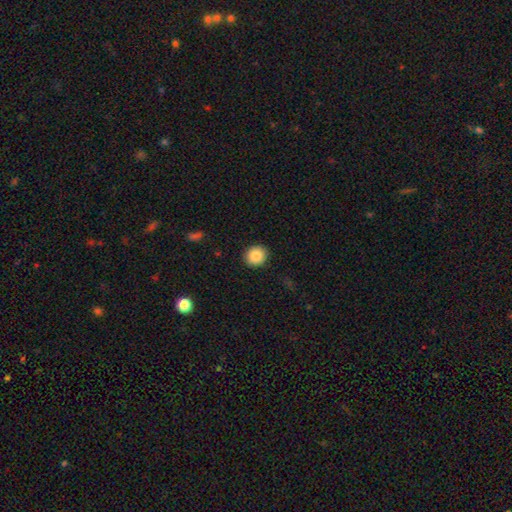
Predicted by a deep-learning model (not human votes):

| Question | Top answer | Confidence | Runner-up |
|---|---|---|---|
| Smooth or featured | smooth | 88% | star or artifact (8%) |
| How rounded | round | 84% | in between (15%) |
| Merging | none | 91% | minor disturbance (6%) |